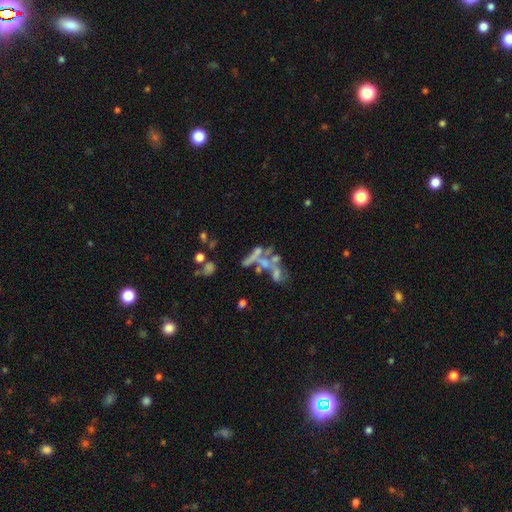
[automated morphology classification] type=featured or disk (52%); edge-on=no (92%); merging=merger (48%).